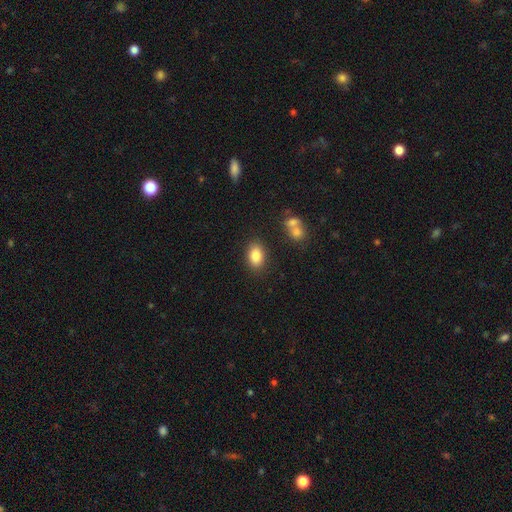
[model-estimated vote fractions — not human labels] smooth 86%, star or artifact 8%, featured or disk 6%. Down the decision tree: how rounded — in between (87%); merging — none (84%).